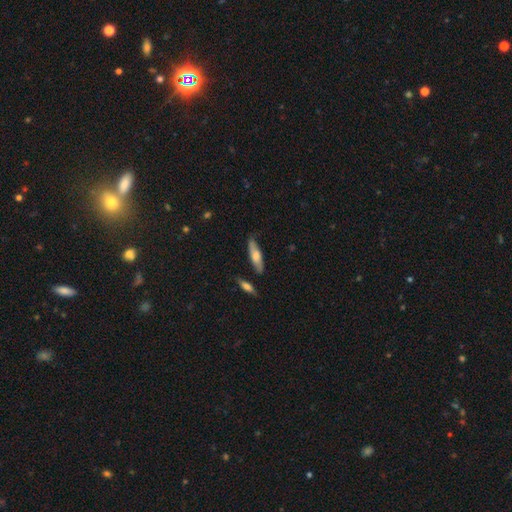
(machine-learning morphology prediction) Smooth or featured? smooth (60%)
How rounded? cigar-shaped (61%)
Merging? none (77%)